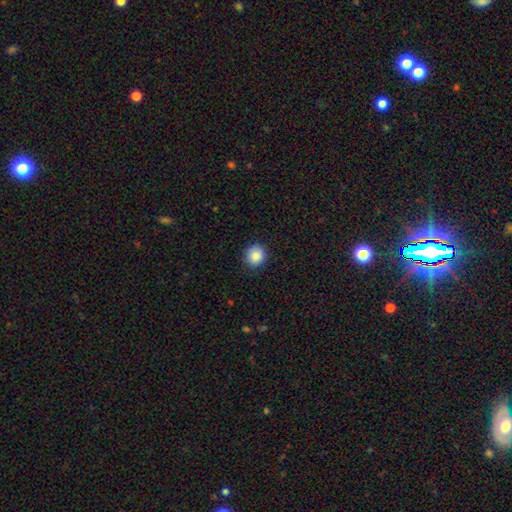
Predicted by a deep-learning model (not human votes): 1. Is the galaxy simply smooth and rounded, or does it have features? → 87% smooth, 9% star or artifact, 4% featured or disk.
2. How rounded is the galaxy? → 91% round, 8% in between, 1% cigar-shaped.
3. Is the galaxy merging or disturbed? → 89% none, 8% minor disturbance, 2% major disturbance, 1% merger.